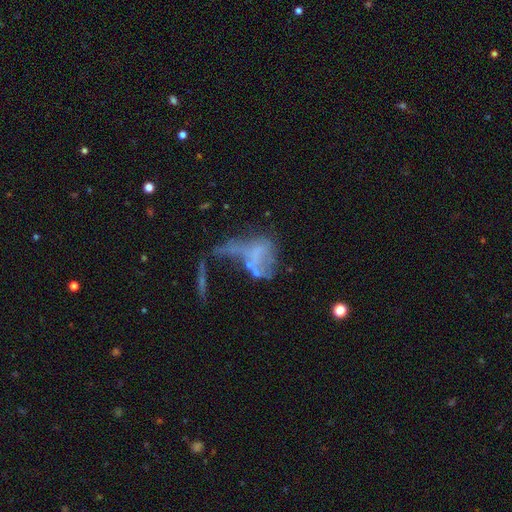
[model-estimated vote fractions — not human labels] smooth-or-featured: featured or disk: 51% | smooth: 30% | star or artifact: 18%
  disk-edge-on: no: 95% | yes: 5%
  merging: major disturbance: 44% | merger: 27% | none: 18% | minor disturbance: 11%